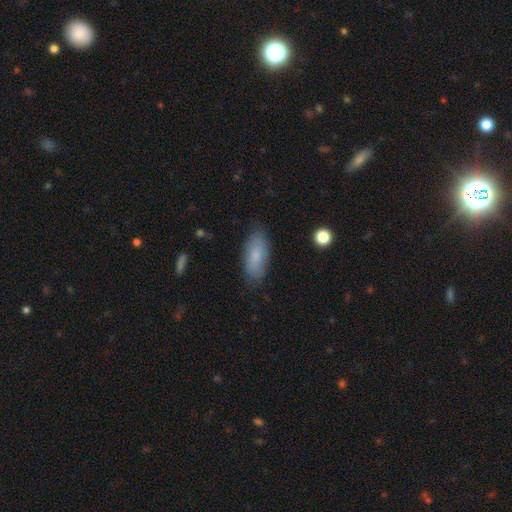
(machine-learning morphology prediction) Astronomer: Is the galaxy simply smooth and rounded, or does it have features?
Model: smooth — 82%.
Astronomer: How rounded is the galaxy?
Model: in between — 83%.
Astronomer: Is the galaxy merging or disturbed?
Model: none — 82%.